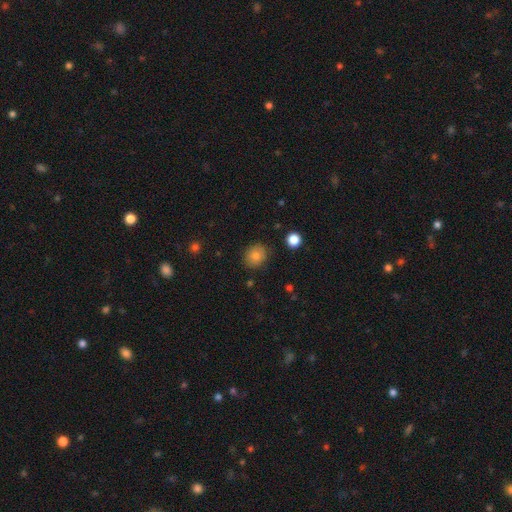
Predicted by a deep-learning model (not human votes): This appears to be a smooth galaxy with no disk features (80%) that is round (76%). Merging: none (86%).